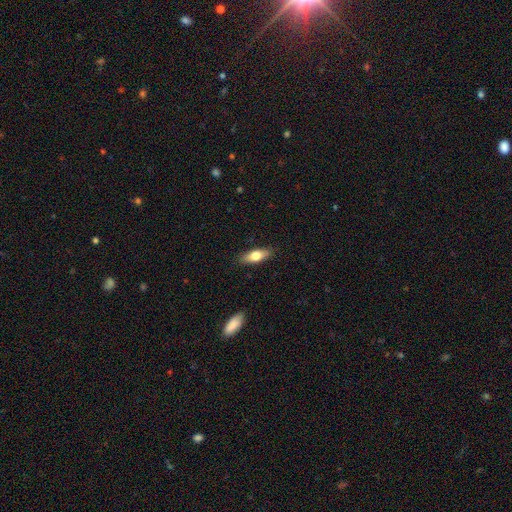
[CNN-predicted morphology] type=smooth (69%); roundness=in between (68%); merging=none (87%).